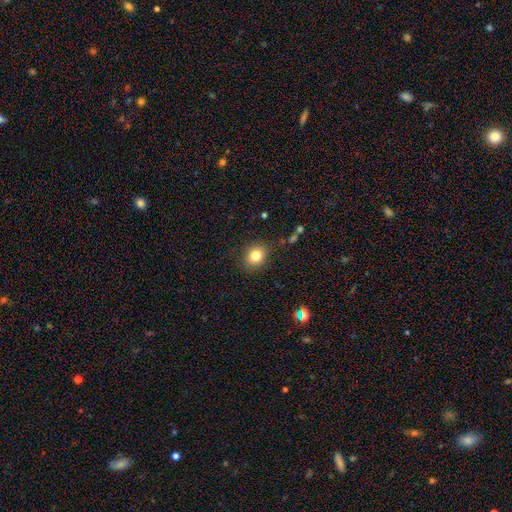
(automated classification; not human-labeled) Smooth or featured?
  - smooth: 81% *
  - star or artifact: 12%
  - featured or disk: 7%
How rounded?
  - round: 68% *
  - in between: 31%
  - cigar-shaped: 1%
Merging?
  - none: 84% *
  - minor disturbance: 11%
  - major disturbance: 3%
  - merger: 2%